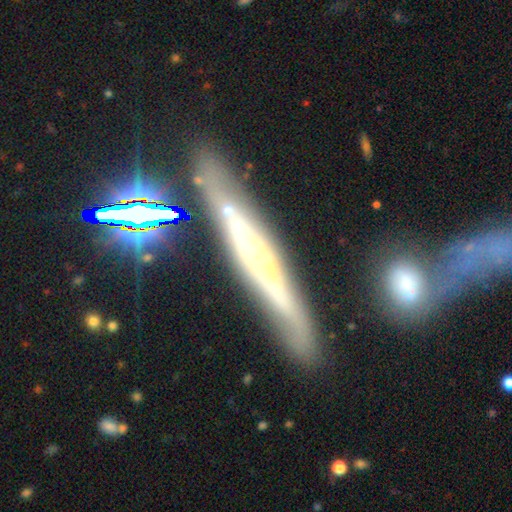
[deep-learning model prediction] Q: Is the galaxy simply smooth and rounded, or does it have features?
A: featured or disk — 73%.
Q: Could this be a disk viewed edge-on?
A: yes — 77%.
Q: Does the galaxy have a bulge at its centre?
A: none — 48%.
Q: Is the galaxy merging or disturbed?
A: none — 75%.